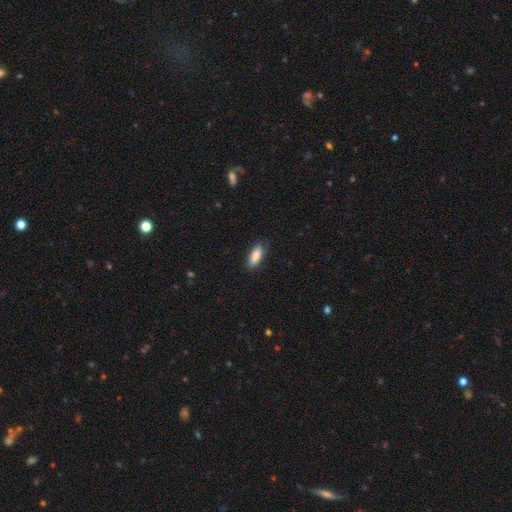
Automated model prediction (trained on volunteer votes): Overall: smooth (87%). How rounded: in between (71%). Merging: none (85%).